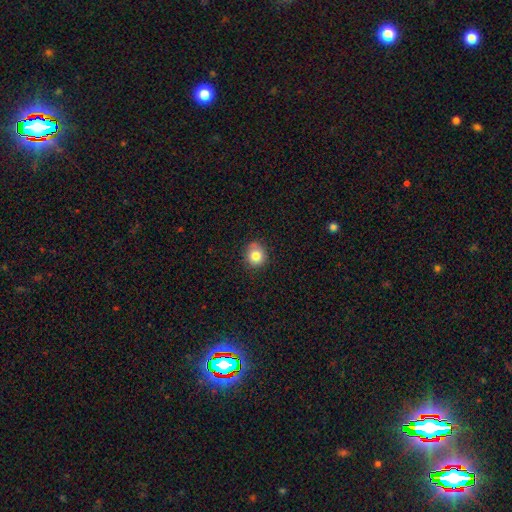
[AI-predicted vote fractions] This appears to be a smooth galaxy with no disk features (81%) that is round (86%). Merging: none (83%).